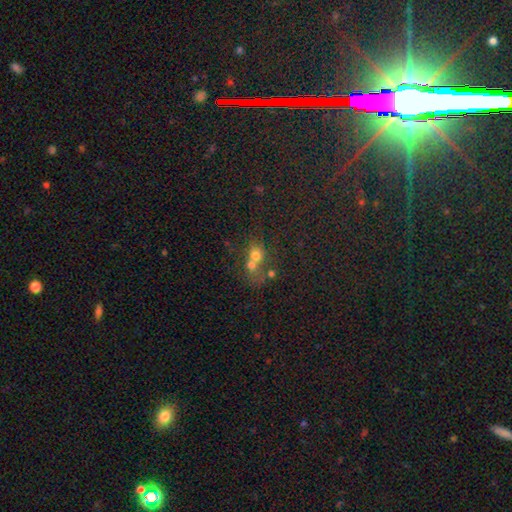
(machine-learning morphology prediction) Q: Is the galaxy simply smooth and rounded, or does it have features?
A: smooth — 63%.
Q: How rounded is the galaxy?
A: round — 76%.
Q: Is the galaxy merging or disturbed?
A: merger — 60%.